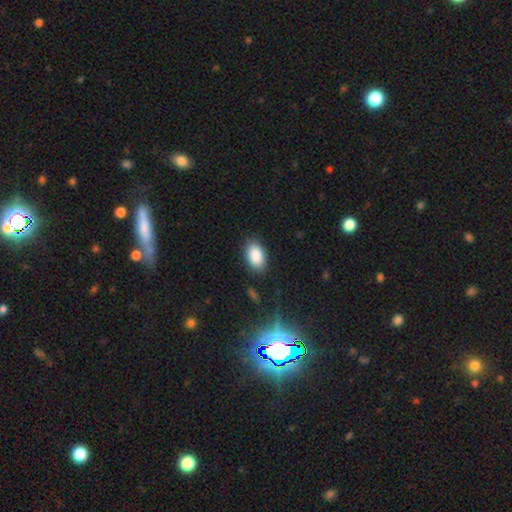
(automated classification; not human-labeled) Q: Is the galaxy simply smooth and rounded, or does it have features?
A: smooth — 88%.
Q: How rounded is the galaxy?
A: in between — 92%.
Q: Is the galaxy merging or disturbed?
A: none — 85%.